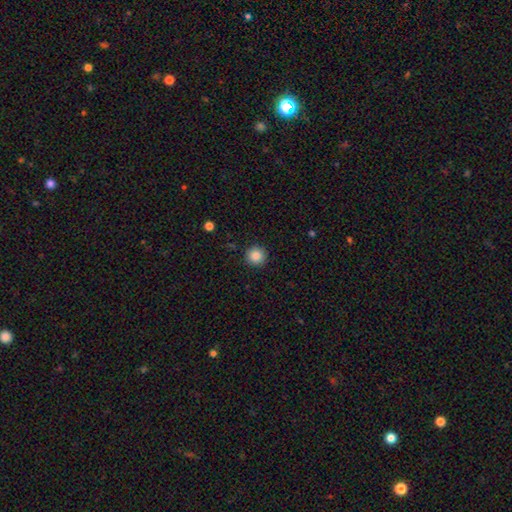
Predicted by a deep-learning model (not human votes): Overall: smooth (87%). How rounded: round (95%). Merging: none (91%).